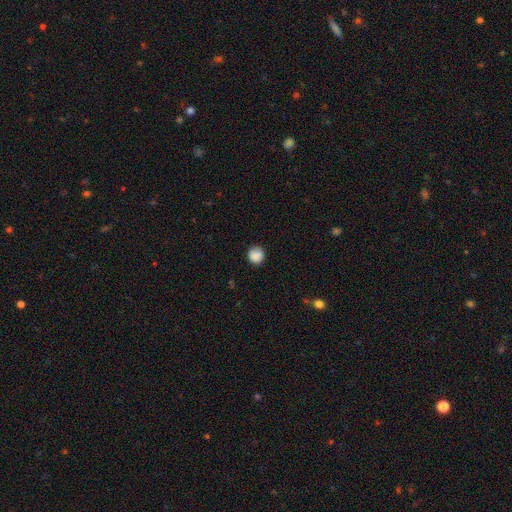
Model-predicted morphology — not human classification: Smooth or featured?
  - smooth: 87% *
  - star or artifact: 9%
  - featured or disk: 4%
How rounded?
  - round: 88% *
  - in between: 11%
  - cigar-shaped: 1%
Merging?
  - none: 83% *
  - minor disturbance: 12%
  - major disturbance: 3%
  - merger: 1%